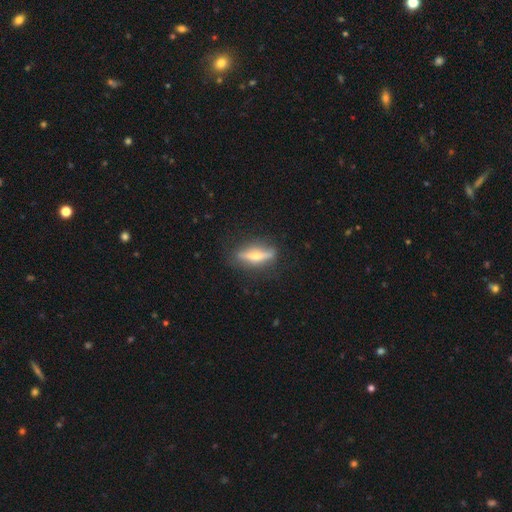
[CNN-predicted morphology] A featured or disk galaxy (64%) viewed edge-on (86%) with a rounded central bulge (89%). Merging: none (82%).